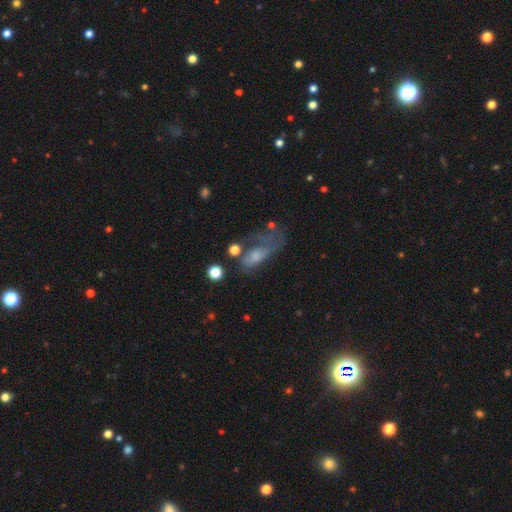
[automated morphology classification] Smooth or featured? featured or disk (47%)
Merging? major disturbance (42%)